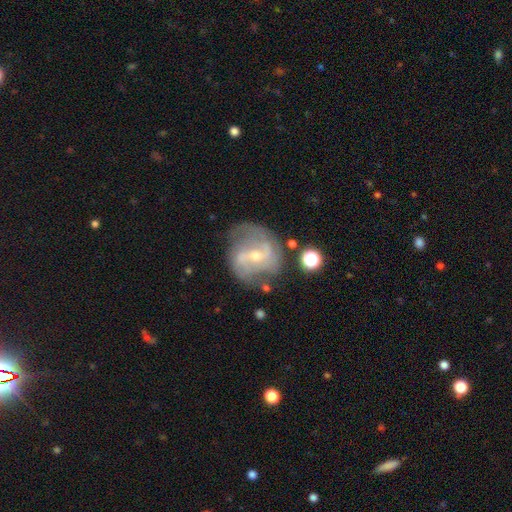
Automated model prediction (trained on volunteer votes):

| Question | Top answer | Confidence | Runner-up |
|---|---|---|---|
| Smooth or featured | featured or disk | 80% | smooth (12%) |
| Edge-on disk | no | 97% | yes (3%) |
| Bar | weak | 47% | strong (30%) |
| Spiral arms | yes | 88% | no (12%) |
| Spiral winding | medium | 44% | loose (30%) |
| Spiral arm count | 2 | 68% | can't tell (17%) |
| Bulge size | small | 54% | moderate (42%) |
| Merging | none | 64% | minor disturbance (20%) |